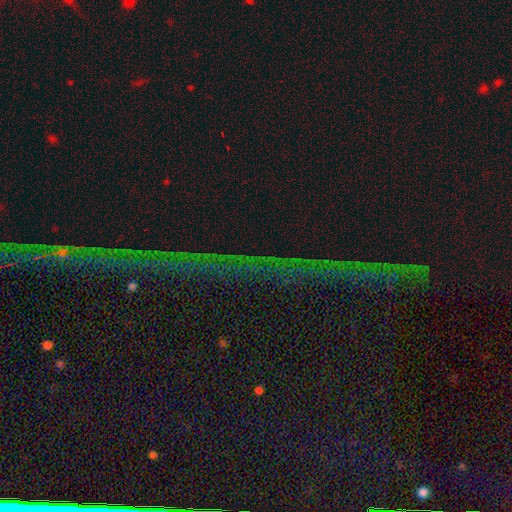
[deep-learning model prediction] A star or artifact, not a galaxy (78%).